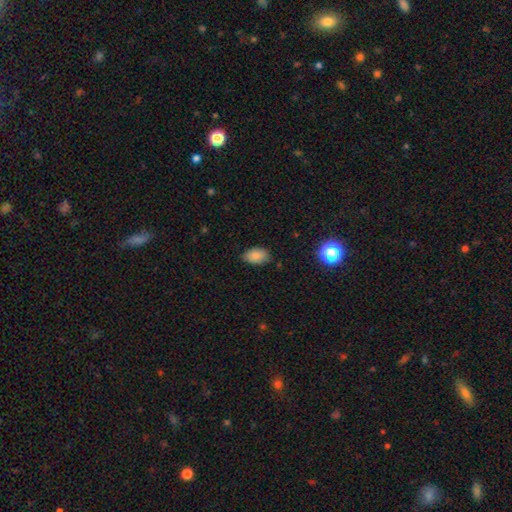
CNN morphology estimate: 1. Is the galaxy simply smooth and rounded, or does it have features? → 84% smooth, 10% star or artifact, 6% featured or disk.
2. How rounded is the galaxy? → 92% in between, 7% round, 2% cigar-shaped.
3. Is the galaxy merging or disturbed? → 80% none, 17% minor disturbance, 3% major disturbance, 1% merger.